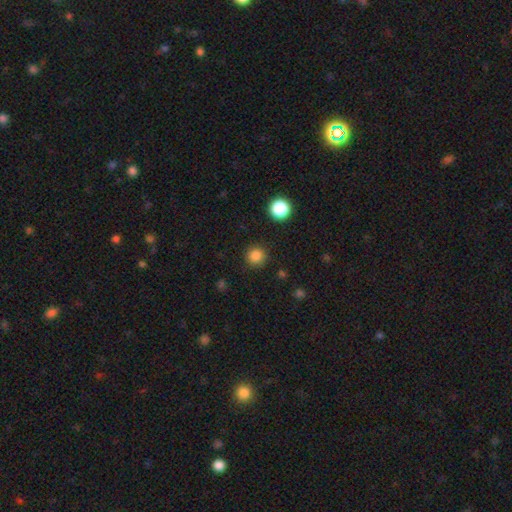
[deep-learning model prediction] This appears to be a smooth galaxy with no disk features (84%) that is round (94%). Merging: none (89%).